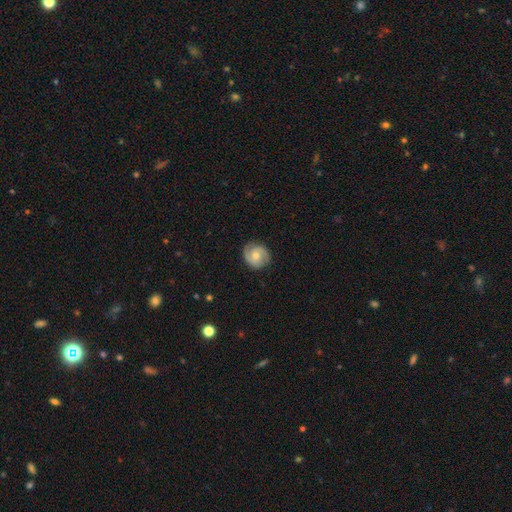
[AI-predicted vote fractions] This appears to be a featured or disk galaxy (68%) with no bar (65%), 2 (80%) tight (49%) spiral arms (93%) and a moderate central bulge (57%). Merging: none (83%).